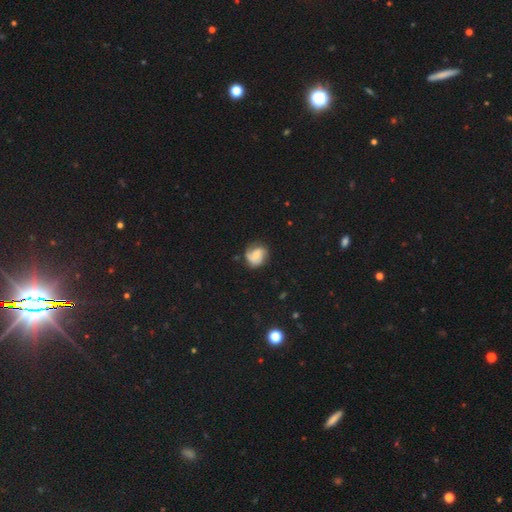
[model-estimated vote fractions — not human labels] A featured or disk galaxy (60%) with no bar (60%), 2 (60%) medium (42%) spiral arms (91%) and a small central bulge (48%). Merging: none (68%).